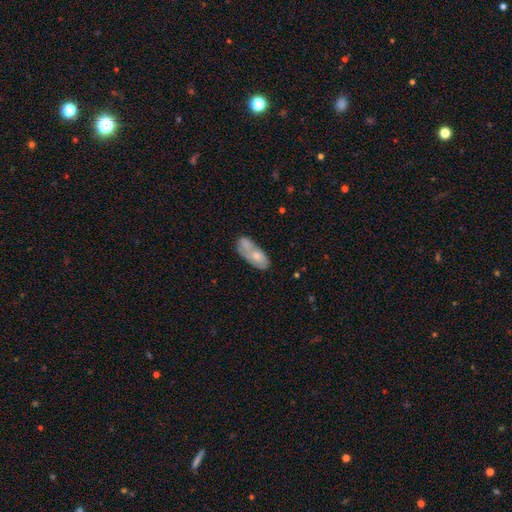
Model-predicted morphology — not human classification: Q: Smooth or featured?
A: smooth (62%); runner-up: featured or disk (32%)
Q: How rounded?
A: in between (85%); runner-up: cigar-shaped (12%)
Q: Merging?
A: none (40%); runner-up: minor disturbance (28%)